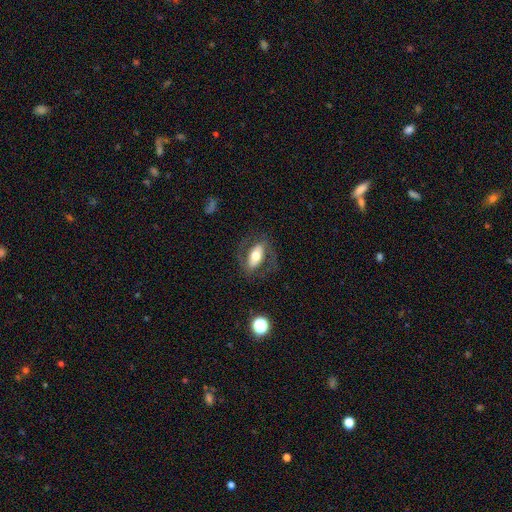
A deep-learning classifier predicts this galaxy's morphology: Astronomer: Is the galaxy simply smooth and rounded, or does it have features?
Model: featured or disk — 50% (runner-up: smooth, 43%).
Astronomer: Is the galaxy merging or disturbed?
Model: none — 72%.